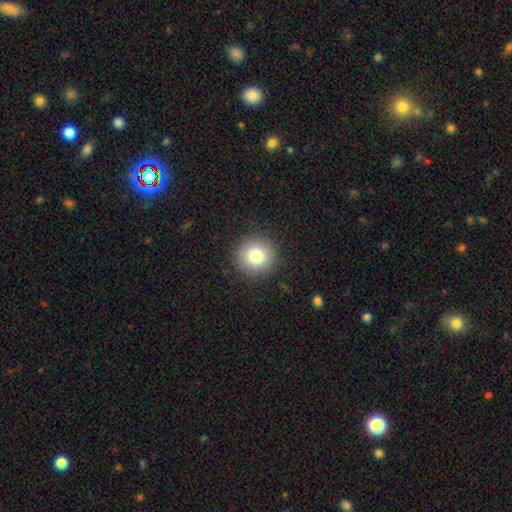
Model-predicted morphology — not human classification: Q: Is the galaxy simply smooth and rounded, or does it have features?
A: smooth — 80%.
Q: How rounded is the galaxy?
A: round — 95%.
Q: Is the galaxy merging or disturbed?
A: none — 91%.